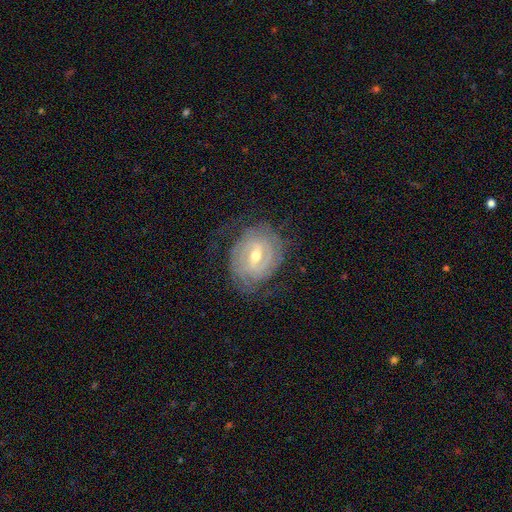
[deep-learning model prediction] Smooth or featured? featured or disk (84%)
Edge-on disk? no (96%)
Bar? weak (51%)
Spiral arms? yes (89%)
Spiral winding? tight (71%)
Spiral arm count? can't tell (37%, tied with 2)
Bulge size? moderate (63%)
Merging? none (71%)